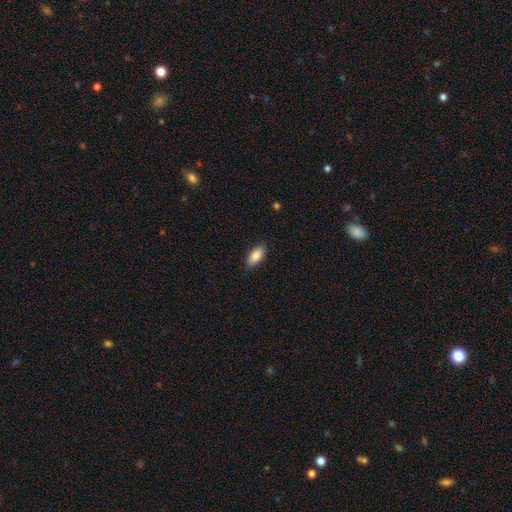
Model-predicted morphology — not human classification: Smooth or featured? smooth (88%)
How rounded? in between (90%)
Merging? none (86%)